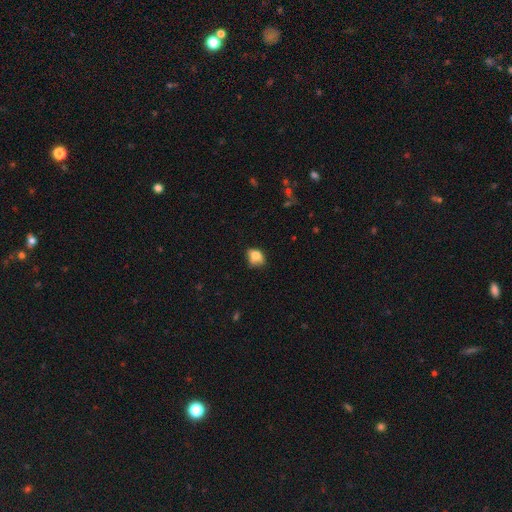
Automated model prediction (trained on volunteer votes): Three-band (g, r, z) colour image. It shows a smooth galaxy with no disk features (75%) that is in between round and cigar-shaped (52%). Merging: none (51%).